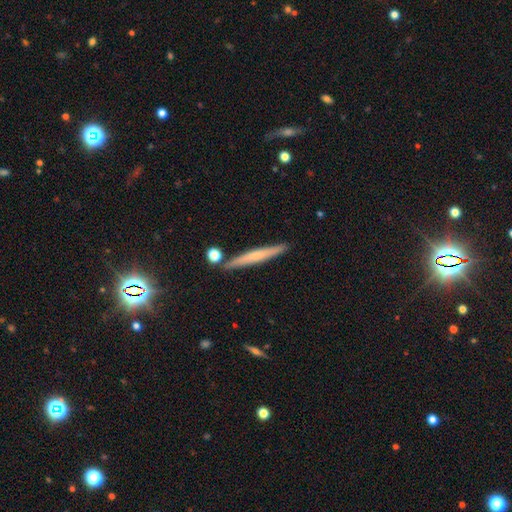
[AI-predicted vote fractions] Overall: smooth (48%; featured or disk 45%). Merging: none (87%).